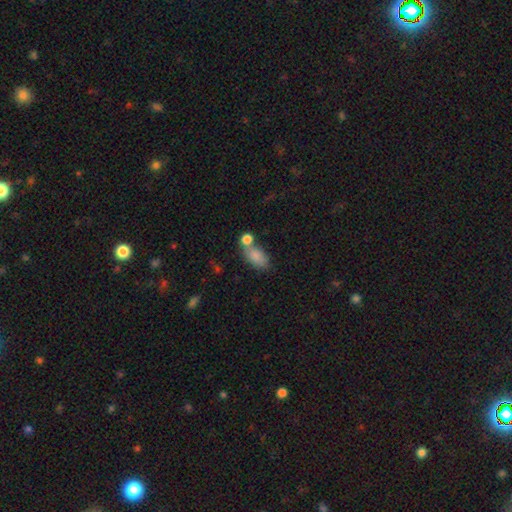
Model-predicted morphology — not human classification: The model was most divided on "merging": none: 46%, merger: 32%, minor disturbance: 15%, major disturbance: 7%. More confident: how rounded — in between (89%); smooth or featured — smooth (84%).